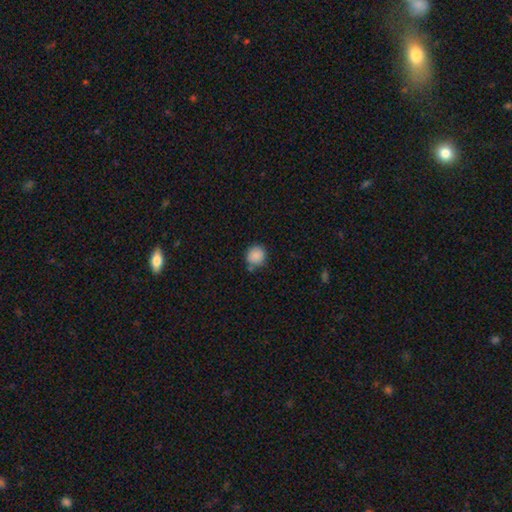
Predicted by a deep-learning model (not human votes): Smooth or featured? smooth (88%)
How rounded? round (87%)
Merging? none (76%)